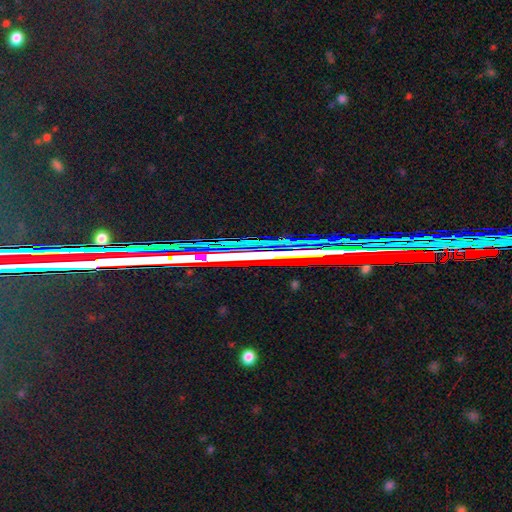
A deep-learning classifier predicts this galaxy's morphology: A star or artifact, not a galaxy (80%).